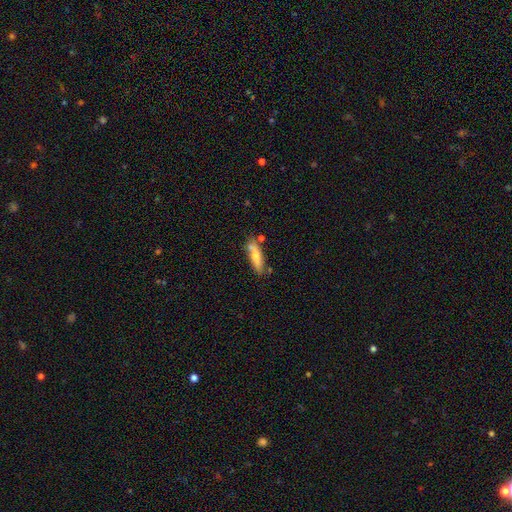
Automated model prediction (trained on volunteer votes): smooth 64%, featured or disk 30%, star or artifact 6%. Down the decision tree: how rounded — cigar-shaped (65%); merging — none (65%).